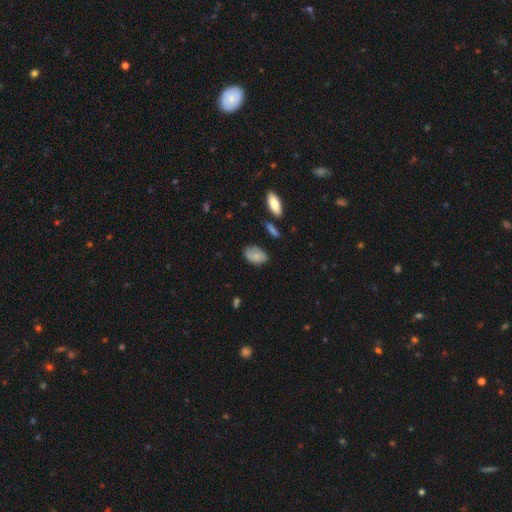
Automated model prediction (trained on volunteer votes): Overall: smooth (78%). How rounded: in between (91%). Merging: none (69%).